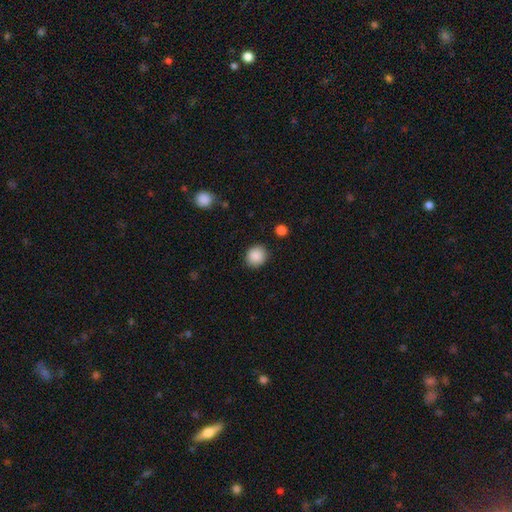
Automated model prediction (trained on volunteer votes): Morphology: type=smooth (89%); roundness=round (84%); merging=none (89%).